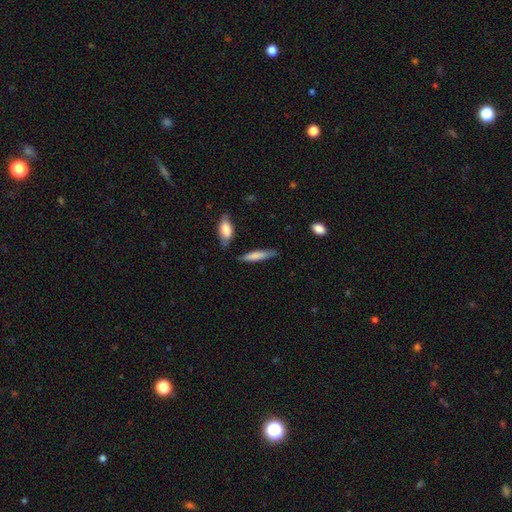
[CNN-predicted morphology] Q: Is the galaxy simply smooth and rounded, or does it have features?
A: smooth — 72%.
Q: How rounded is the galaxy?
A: cigar-shaped — 85%.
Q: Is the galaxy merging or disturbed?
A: none — 76%.